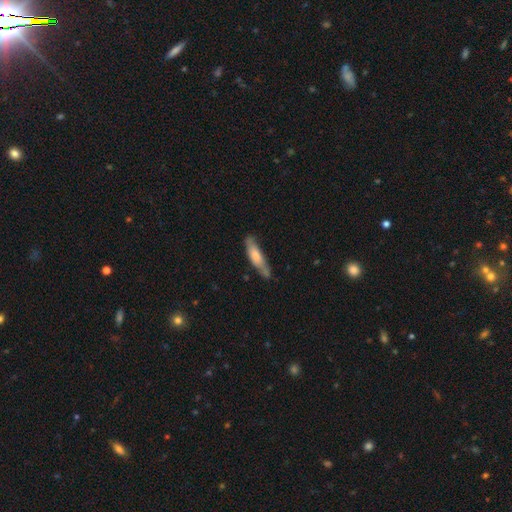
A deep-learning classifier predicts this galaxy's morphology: smooth_or_featured: smooth (p=0.65) [alt: featured or disk p=0.29]
how_rounded: cigar-shaped (p=0.71) [alt: in between p=0.28]
merging: none (p=0.66) [alt: minor disturbance p=0.25]